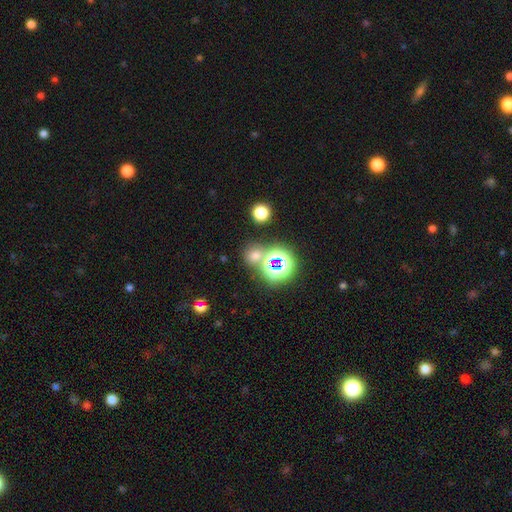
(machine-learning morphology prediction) Overall: smooth (55%; star or artifact 38%). How rounded: round (81%). Merging: none (68%).